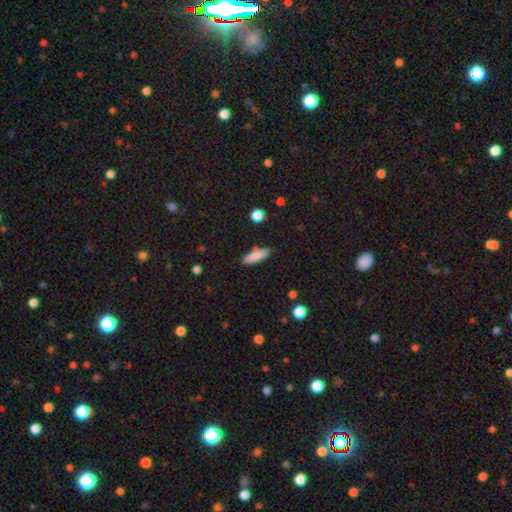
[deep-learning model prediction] Smooth or featured? smooth (84%)
How rounded? cigar-shaped (60%)
Merging? none (83%)